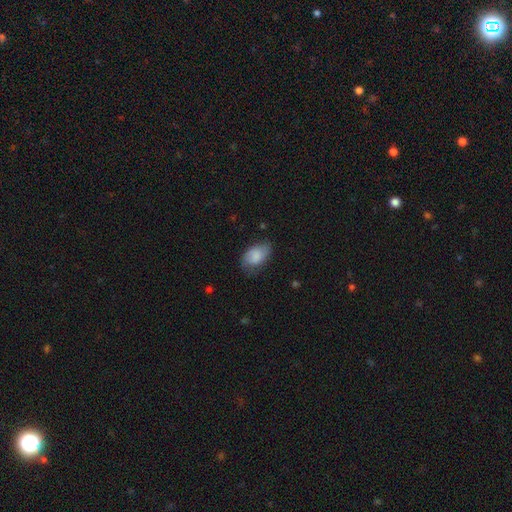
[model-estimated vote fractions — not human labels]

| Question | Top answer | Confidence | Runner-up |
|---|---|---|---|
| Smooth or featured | smooth | 77% | featured or disk (16%) |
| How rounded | in between | 90% | round (8%) |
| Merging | none | 60% | minor disturbance (29%) |